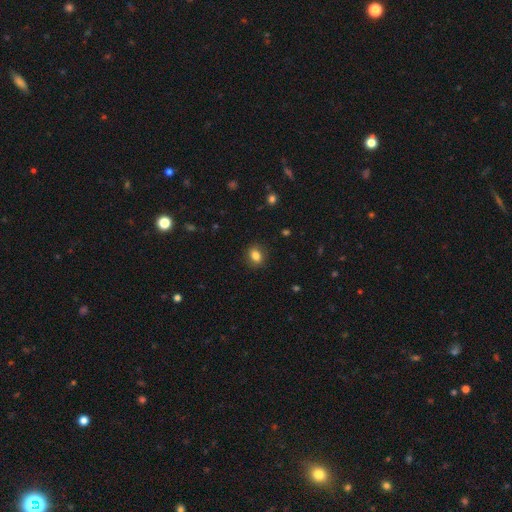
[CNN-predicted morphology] smooth-or-featured: smooth: 83% | star or artifact: 10% | featured or disk: 6%
  how-rounded: in between: 55% | round: 44% | cigar-shaped: 1%
  merging: none: 87% | minor disturbance: 9% | major disturbance: 3% | merger: 1%